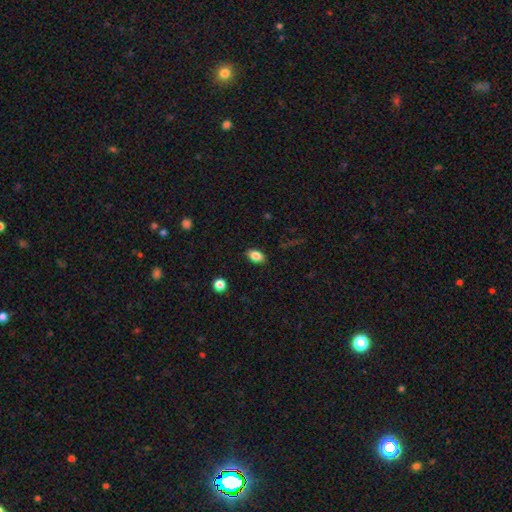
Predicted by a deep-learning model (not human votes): This is clearly a smooth galaxy (84%). How rounded: clearly in between (90%). Merging: clearly none (88%).